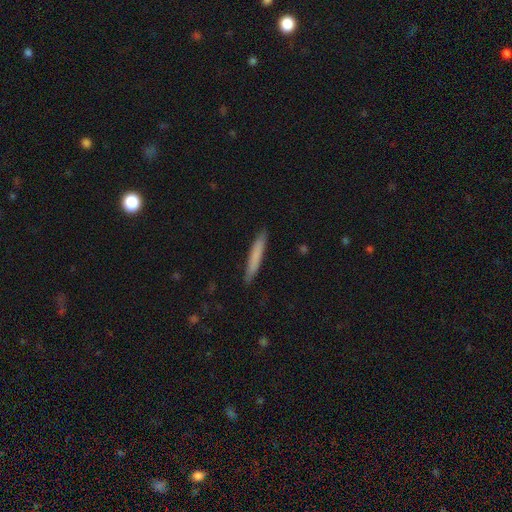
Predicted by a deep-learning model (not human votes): Morphology: type=smooth (75%); roundness=cigar-shaped (95%); merging=none (89%).